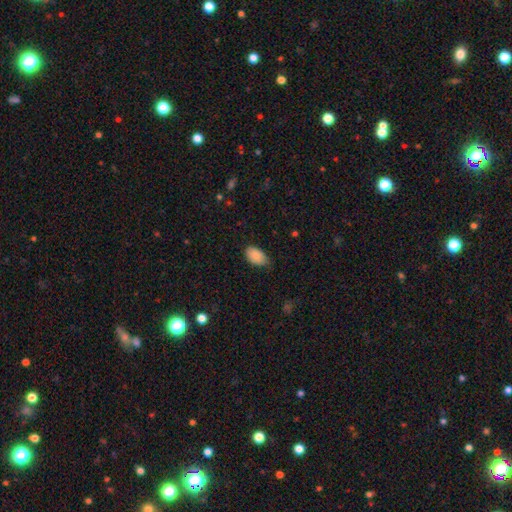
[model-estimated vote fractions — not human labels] smooth_or_featured: smooth (p=0.87) [alt: star or artifact p=0.07]
how_rounded: in between (p=0.93) [alt: round p=0.05]
merging: none (p=0.66) [alt: minor disturbance p=0.29]